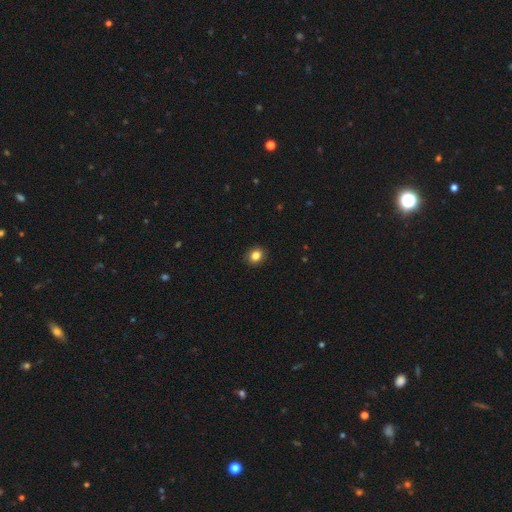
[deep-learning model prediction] The model was most divided on "how rounded": round: 60%, in between: 39%, cigar-shaped: 1%. More confident: merging — none (90%); smooth or featured — smooth (85%).